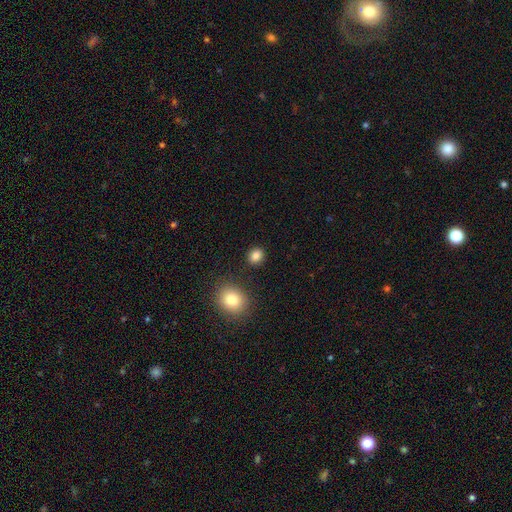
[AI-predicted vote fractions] This is clearly a smooth galaxy (85%). How rounded: likely round (73%). Merging: clearly none (87%).